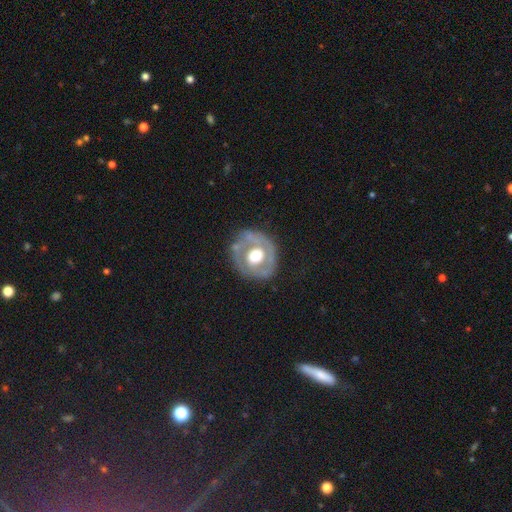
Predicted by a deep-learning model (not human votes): This appears to be a featured or disk galaxy (65%) with no bar (81%), no spiral arms (70%) and a moderate central bulge (47%). Merging: none (69%).